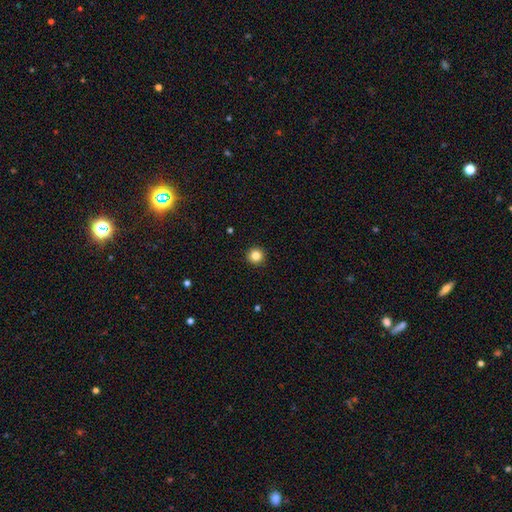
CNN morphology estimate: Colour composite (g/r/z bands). It shows a smooth galaxy with no disk features (84%) that is round (96%). Merging: none (93%).